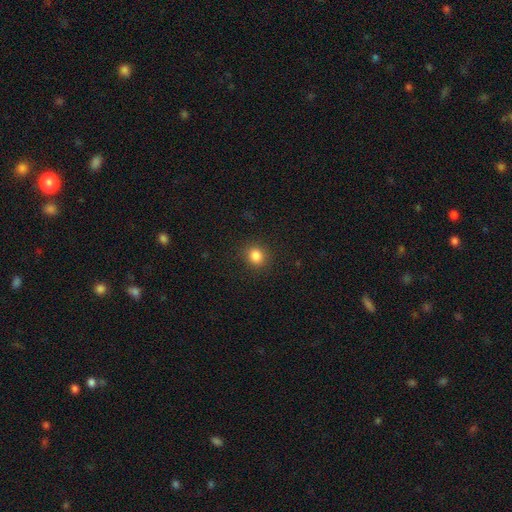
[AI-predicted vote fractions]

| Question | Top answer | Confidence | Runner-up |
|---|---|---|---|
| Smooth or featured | smooth | 84% | star or artifact (11%) |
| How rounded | round | 81% | in between (18%) |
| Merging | none | 88% | minor disturbance (8%) |